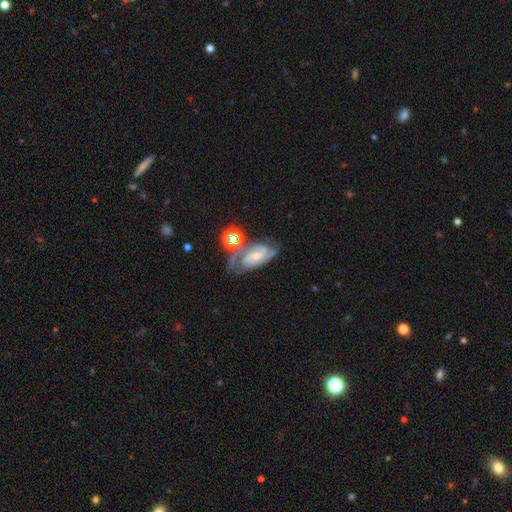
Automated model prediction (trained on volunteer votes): Smooth or featured?
  - featured or disk: 78% *
  - smooth: 12%
  - star or artifact: 10%
Edge-on disk?
  - no: 95% *
  - yes: 5%
Bar?
  - no: 43% *
  - weak: 41%
  - strong: 16%
Spiral arms?
  - yes: 95% *
  - no: 5%
Spiral winding?
  - tight: 47% *
  - medium: 42%
  - loose: 11%
Spiral arm count?
  - 2: 63% *
  - can't tell: 16%
  - 3: 12%
  - 1: 4%
  - 4: 3%
  - more than 4: 2%
Bulge size?
  - small: 62% *
  - moderate: 24%
  - none: 10%
  - large: 3%
  - dominant: 1%
Merging?
  - none: 51% *
  - minor disturbance: 22%
  - major disturbance: 15%
  - merger: 13%